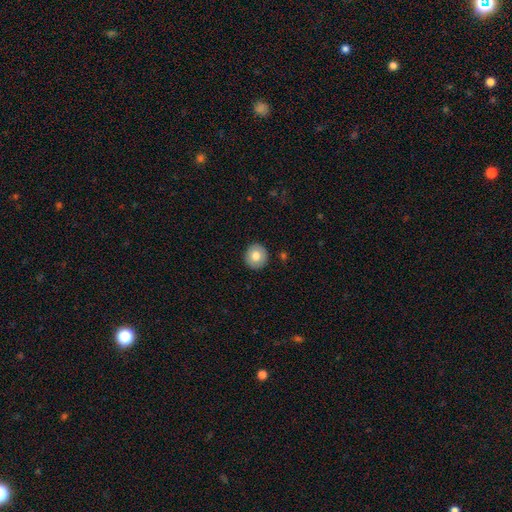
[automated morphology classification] Smooth or featured?
  - smooth: 77% *
  - featured or disk: 15%
  - star or artifact: 8%
How rounded?
  - round: 91% *
  - in between: 8%
  - cigar-shaped: 1%
Merging?
  - none: 91% *
  - minor disturbance: 6%
  - major disturbance: 2%
  - merger: 1%